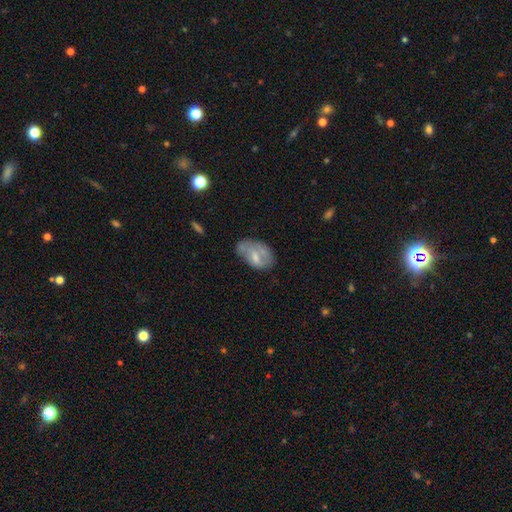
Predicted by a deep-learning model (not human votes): Smooth or featured? Predicted: smooth (p=0.53). How rounded? Predicted: in between (p=0.90). Merging? Predicted: none (p=0.44).